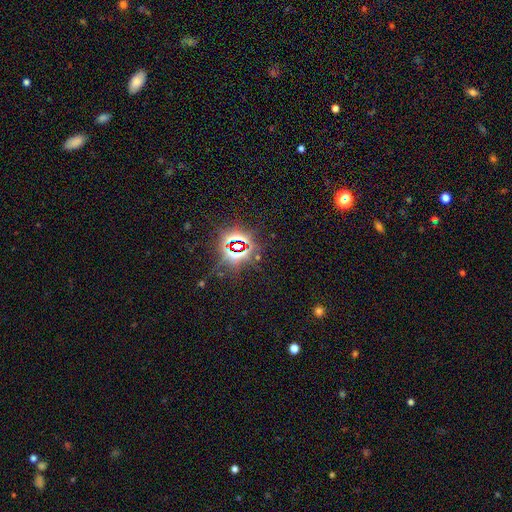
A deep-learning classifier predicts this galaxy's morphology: This appears to be a star or artifact, not a galaxy (83%).